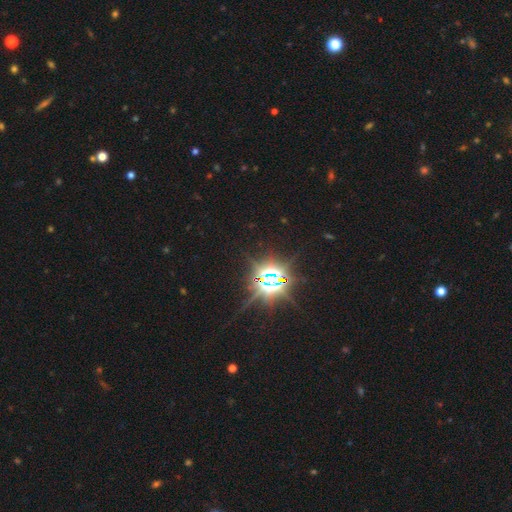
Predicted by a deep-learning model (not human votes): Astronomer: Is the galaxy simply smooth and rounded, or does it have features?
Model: star or artifact — 87%.